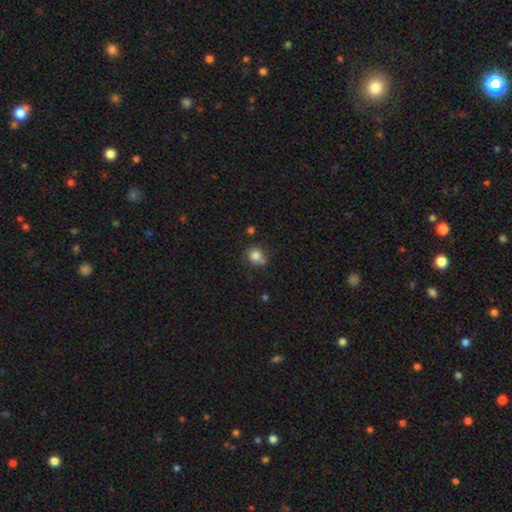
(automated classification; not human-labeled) The model was most divided on "merging": none: 59%, merger: 22%, minor disturbance: 15%, major disturbance: 4%. More confident: how rounded — round (84%); smooth or featured — smooth (81%).